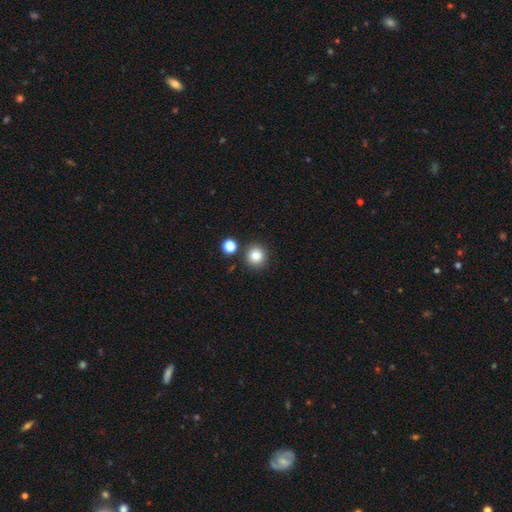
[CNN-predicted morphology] This is clearly a smooth galaxy (83%). How rounded: clearly round (92%). Merging: clearly none (84%).